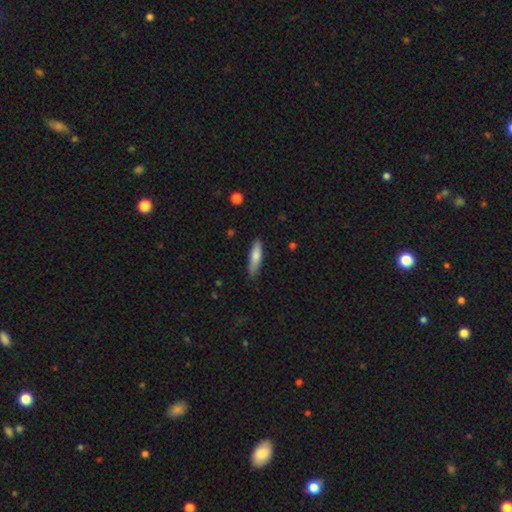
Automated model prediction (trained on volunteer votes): smooth-or-featured: smooth: 76% | featured or disk: 18% | star or artifact: 6%
  how-rounded: cigar-shaped: 67% | in between: 31% | round: 2%
  merging: none: 80% | minor disturbance: 16% | major disturbance: 3% | merger: 1%